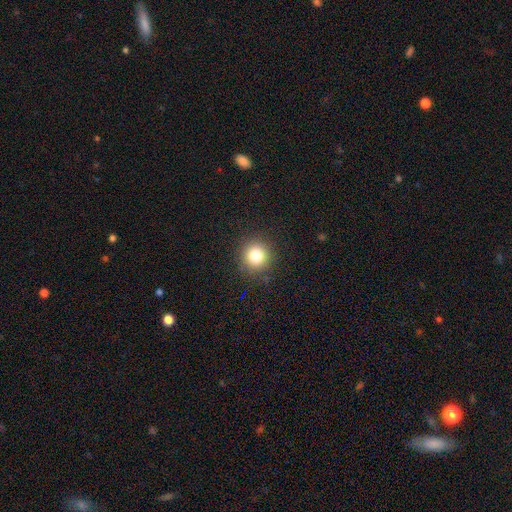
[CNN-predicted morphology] Q: Smooth or featured?
A: smooth (81%); runner-up: star or artifact (13%)
Q: How rounded?
A: round (93%); runner-up: in between (6%)
Q: Merging?
A: none (90%); runner-up: minor disturbance (6%)